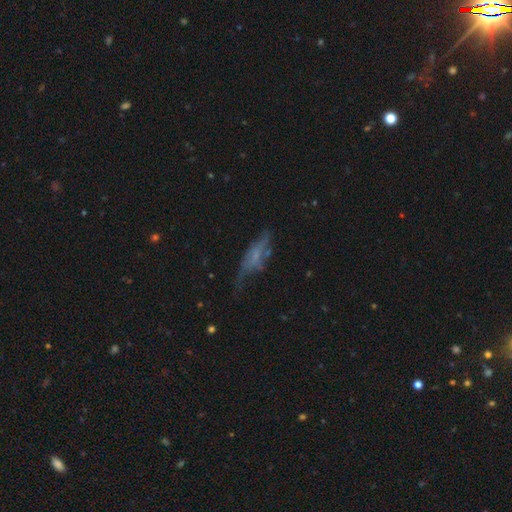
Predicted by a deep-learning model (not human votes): smooth-or-featured: featured or disk: 48% | smooth: 39% | star or artifact: 13%
  merging: none: 37% | major disturbance: 29% | minor disturbance: 29% | merger: 5%